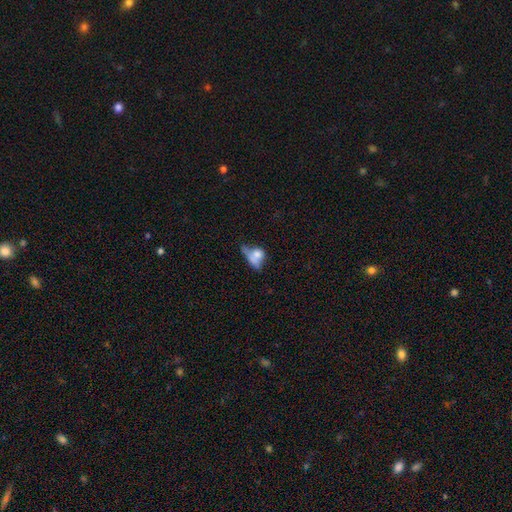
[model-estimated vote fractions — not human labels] Q: Smooth or featured?
A: smooth (61%); runner-up: featured or disk (27%)
Q: How rounded?
A: in between (60%); runner-up: round (34%)
Q: Merging?
A: merger (36%); runner-up: none (24%)